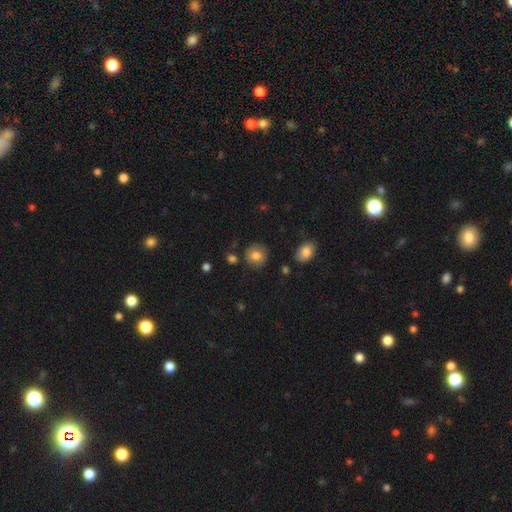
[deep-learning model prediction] smooth_or_featured: smooth (p=0.79) [alt: featured or disk p=0.12]
how_rounded: round (p=0.88) [alt: in between p=0.11]
merging: none (p=0.82) [alt: minor disturbance p=0.12]